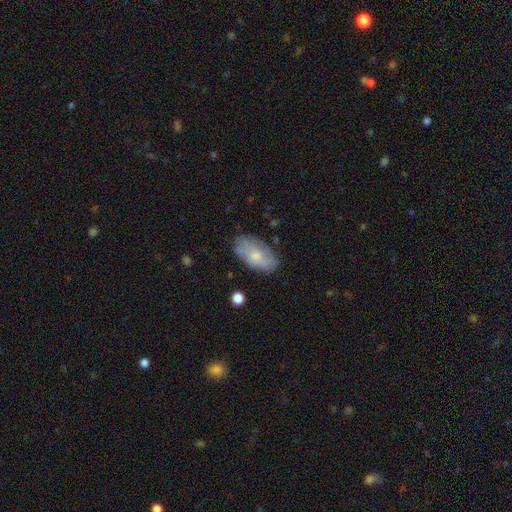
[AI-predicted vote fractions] Morphology: type=smooth (62%); roundness=in between (93%); merging=none (72%).